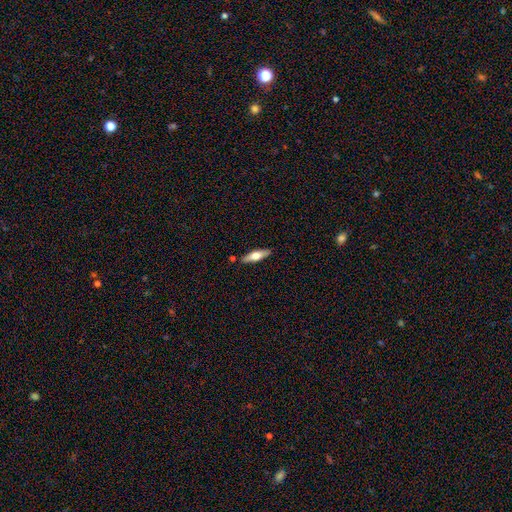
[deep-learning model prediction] Q: Smooth or featured?
A: featured or disk (48%); runner-up: smooth (47%)
Q: Merging?
A: none (86%); runner-up: minor disturbance (9%)